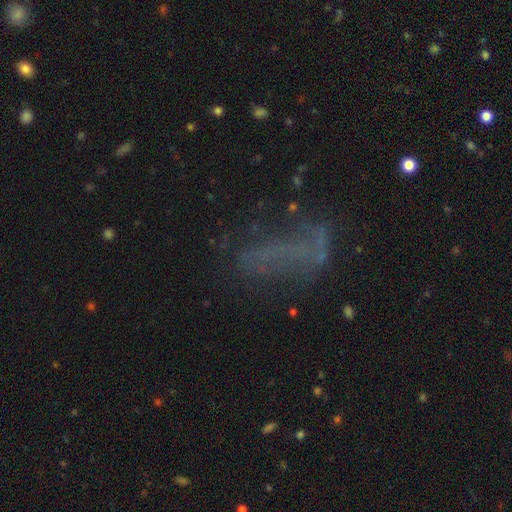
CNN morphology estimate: Q: Smooth or featured?
A: featured or disk (42%); runner-up: smooth (31%)
Q: Merging?
A: none (46%); runner-up: major disturbance (30%)